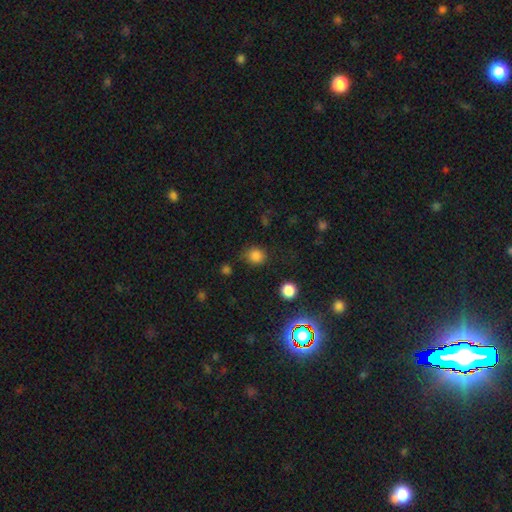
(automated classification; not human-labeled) smooth 81%, star or artifact 15%, featured or disk 4%. Down the decision tree: how rounded — round (83%); merging — none (78%).